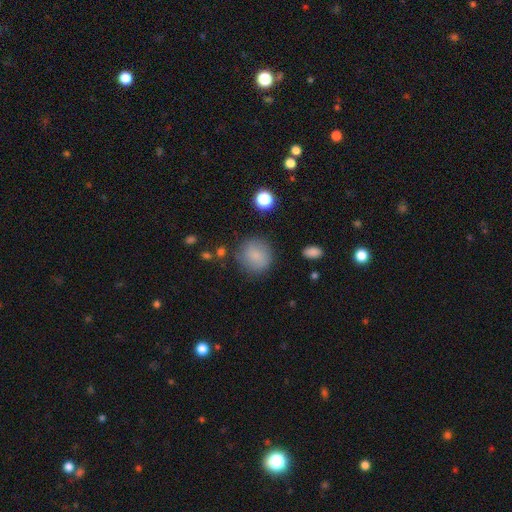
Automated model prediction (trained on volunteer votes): The model was most divided on "merging": none: 80%, minor disturbance: 13%, major disturbance: 5%, merger: 2%. More confident: how rounded — round (91%); smooth or featured — smooth (81%).